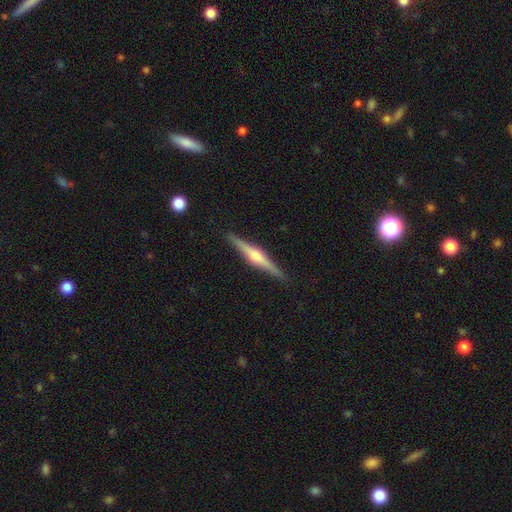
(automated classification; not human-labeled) Morphology: type=featured or disk (77%); edge-on=yes (98%); edge-on bulge=rounded (90%); merging=none (91%).